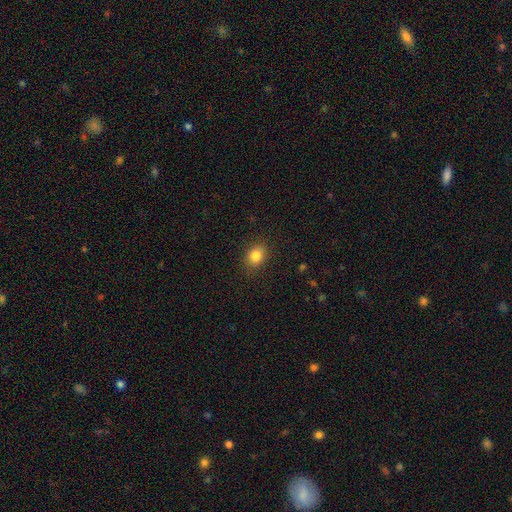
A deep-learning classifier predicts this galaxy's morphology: smooth-or-featured: smooth: 83% | star or artifact: 10% | featured or disk: 6%
  how-rounded: in between: 52% | round: 47% | cigar-shaped: 1%
  merging: none: 87% | minor disturbance: 9% | major disturbance: 3% | merger: 1%